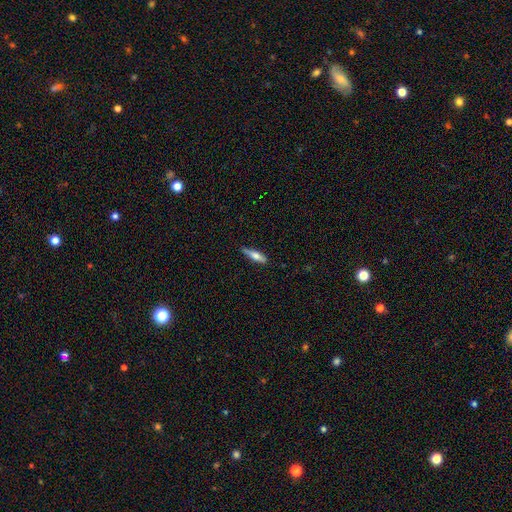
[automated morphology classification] Overall: smooth (58%; featured or disk 35%). How rounded: cigar-shaped (71%). Merging: none (76%).